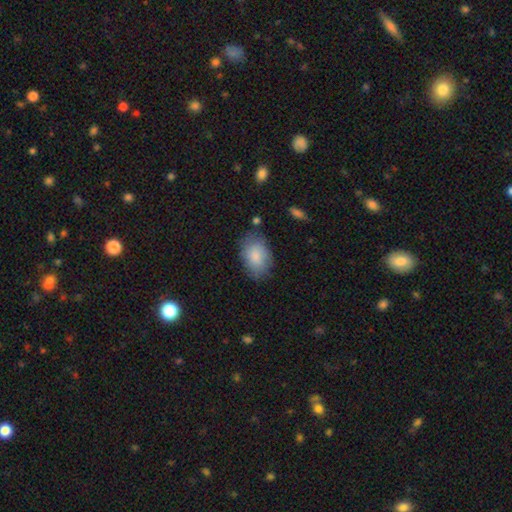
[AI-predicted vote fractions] A smooth galaxy with no disk features (85%) that is in between round and cigar-shaped (88%). Merging: none (73%).